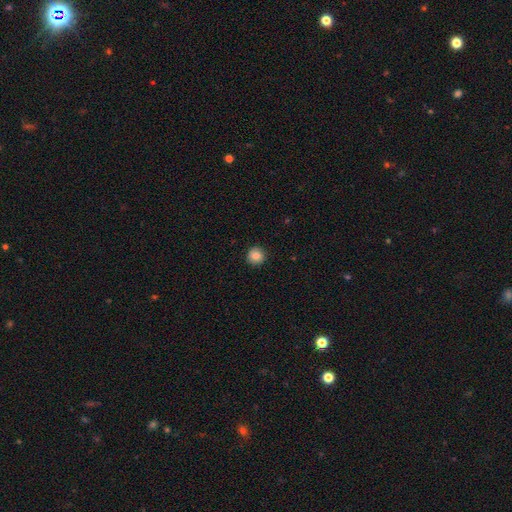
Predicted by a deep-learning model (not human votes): Q: Smooth or featured?
A: smooth (85%); runner-up: star or artifact (9%)
Q: How rounded?
A: round (95%); runner-up: in between (4%)
Q: Merging?
A: none (92%); runner-up: minor disturbance (5%)